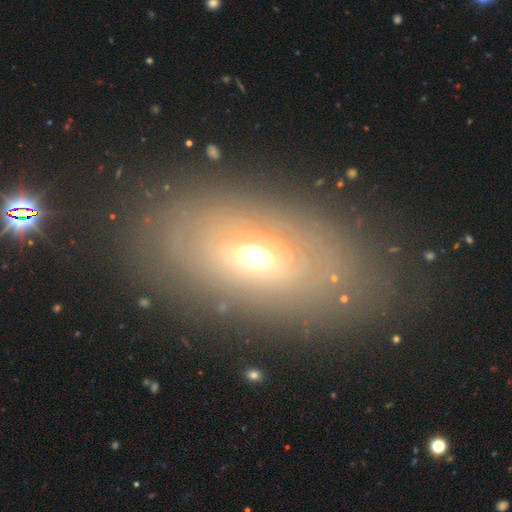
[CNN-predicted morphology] Smooth or featured? featured or disk (56%)
Edge-on disk? no (86%)
Merging? none (78%)